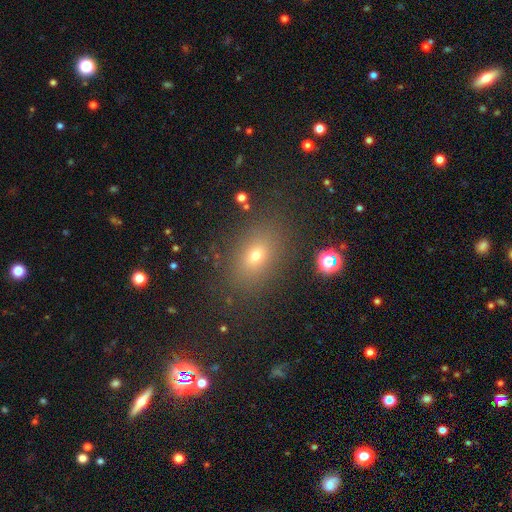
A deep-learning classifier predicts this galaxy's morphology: smooth 66%, star or artifact 20%, featured or disk 14%. Down the decision tree: how rounded — in between (70%); merging — none (83%).